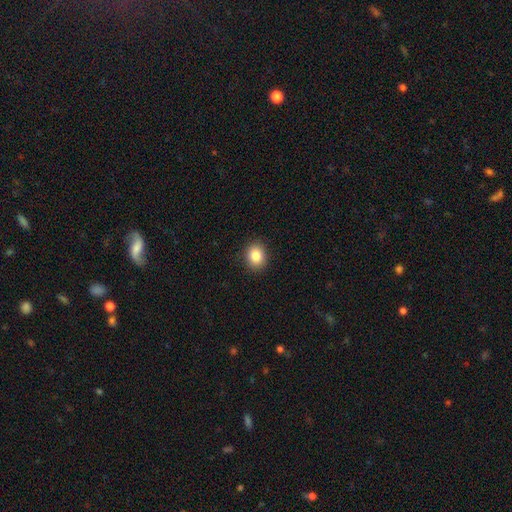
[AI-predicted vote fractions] Smooth or featured?
  - smooth: 86% *
  - star or artifact: 9%
  - featured or disk: 5%
How rounded?
  - round: 54% *
  - in between: 46%
  - cigar-shaped: 1%
Merging?
  - none: 90% *
  - minor disturbance: 7%
  - major disturbance: 2%
  - merger: 1%